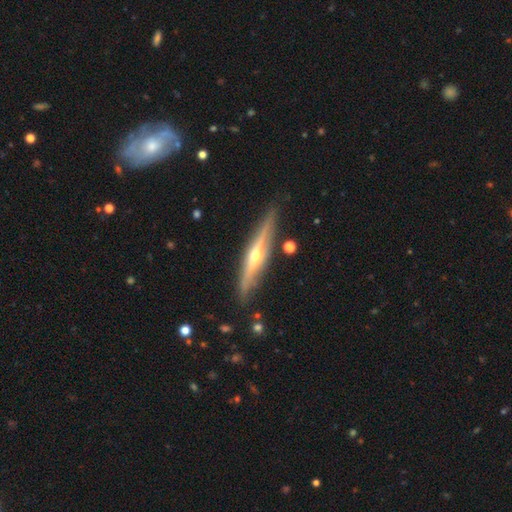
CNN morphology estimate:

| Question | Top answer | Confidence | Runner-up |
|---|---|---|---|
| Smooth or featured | featured or disk | 76% | smooth (18%) |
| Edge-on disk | yes | 95% | no (5%) |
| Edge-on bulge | rounded | 88% | none (9%) |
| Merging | none | 85% | minor disturbance (11%) |